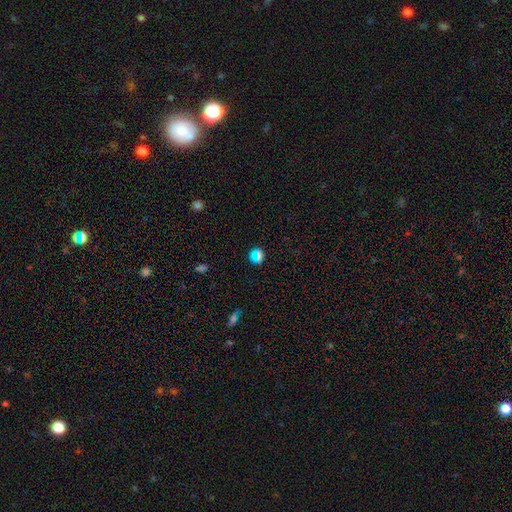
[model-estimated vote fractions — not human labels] The model was most divided on "smooth or featured": smooth: 62%, star or artifact: 30%, featured or disk: 8%. More confident: merging — none (85%); how rounded — round (79%).